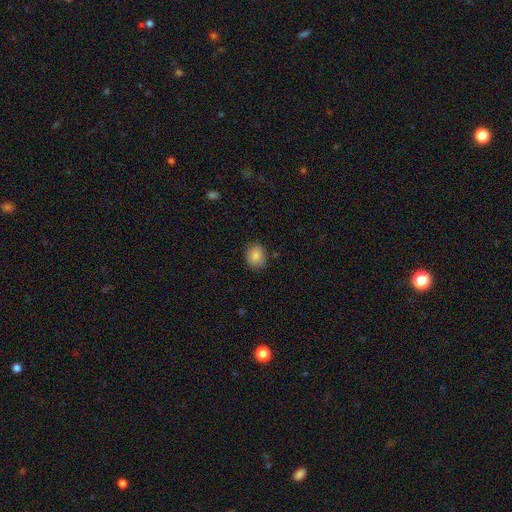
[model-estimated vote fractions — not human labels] smooth 86%, star or artifact 9%, featured or disk 5%. Down the decision tree: how rounded — round (60%); merging — none (84%).